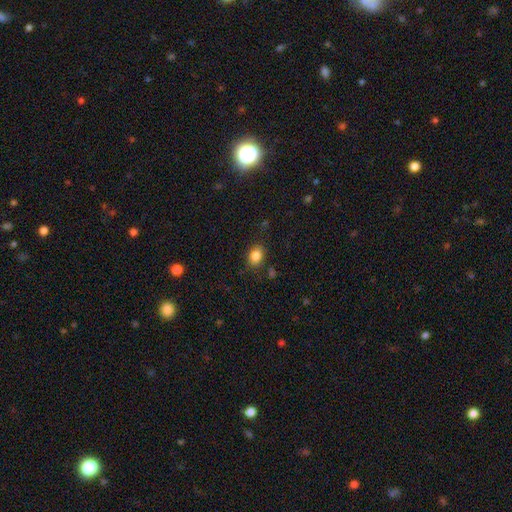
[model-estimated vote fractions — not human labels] smooth_or_featured: smooth (p=0.84) [alt: star or artifact p=0.10]
how_rounded: in between (p=0.64) [alt: round p=0.35]
merging: none (p=0.83) [alt: minor disturbance p=0.12]